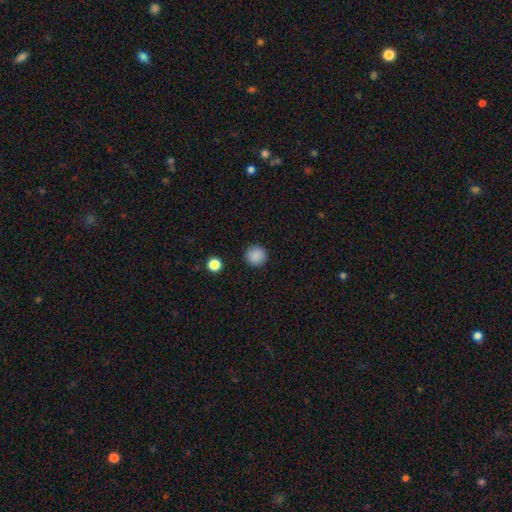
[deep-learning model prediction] The model was most divided on "smooth or featured": smooth: 88%, star or artifact: 10%, featured or disk: 3%. More confident: how rounded — round (94%); merging — none (92%).